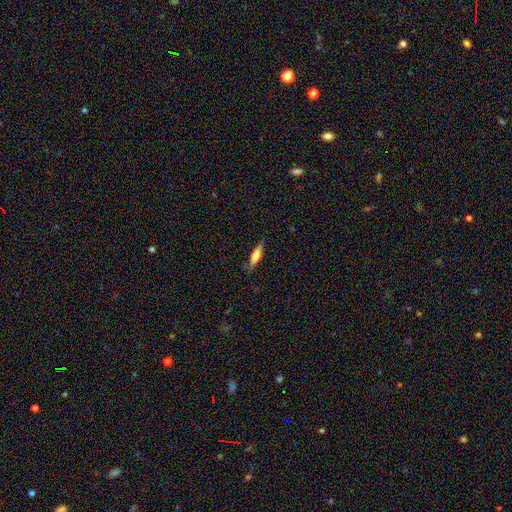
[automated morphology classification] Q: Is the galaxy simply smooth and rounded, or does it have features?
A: smooth — 59%.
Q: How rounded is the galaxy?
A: cigar-shaped — 72%.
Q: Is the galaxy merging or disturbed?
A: none — 84%.